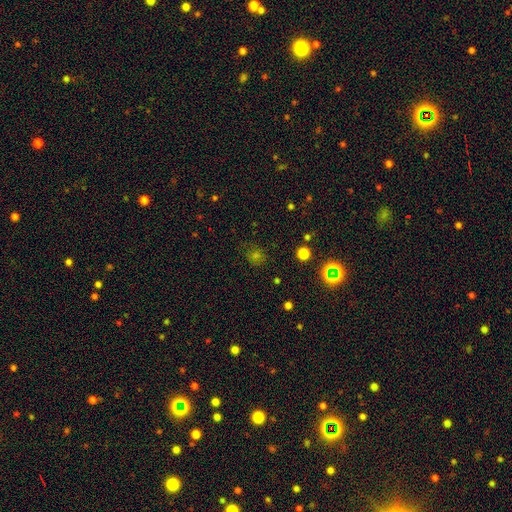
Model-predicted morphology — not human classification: type=smooth (53%); roundness=round (85%); merging=none (82%).